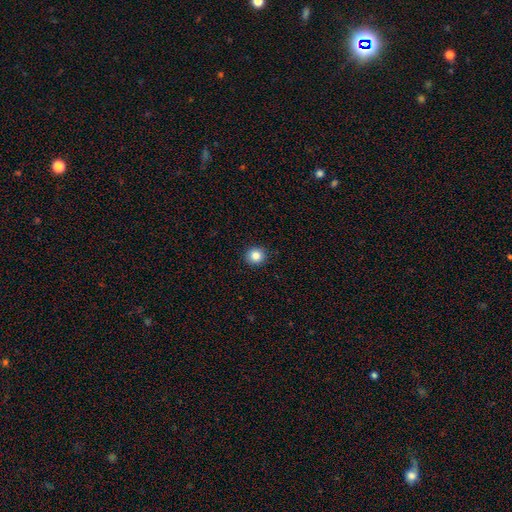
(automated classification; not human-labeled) A smooth galaxy with no disk features (84%) that is round (88%). Merging: none (92%).